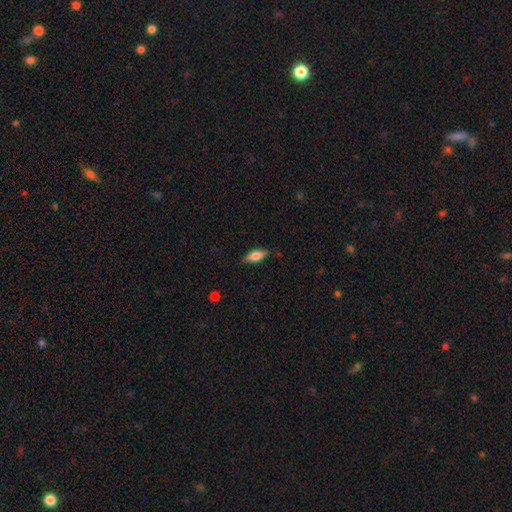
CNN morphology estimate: Overall: smooth (74%). How rounded: in between (78%). Merging: none (82%).